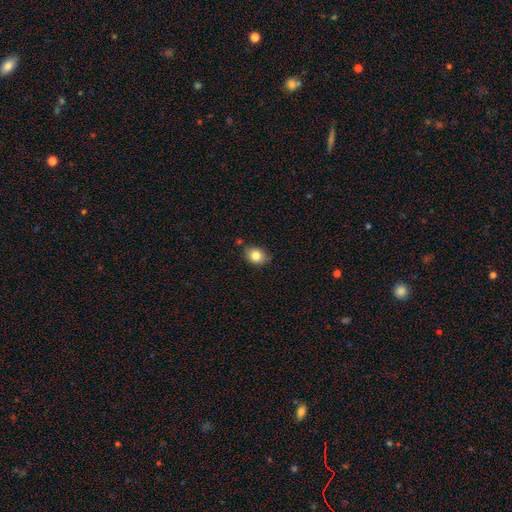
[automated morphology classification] Smooth or featured?
  - smooth: 82% *
  - star or artifact: 10%
  - featured or disk: 8%
How rounded?
  - in between: 51% *
  - round: 48%
  - cigar-shaped: 1%
Merging?
  - none: 73% *
  - minor disturbance: 20%
  - merger: 4%
  - major disturbance: 3%